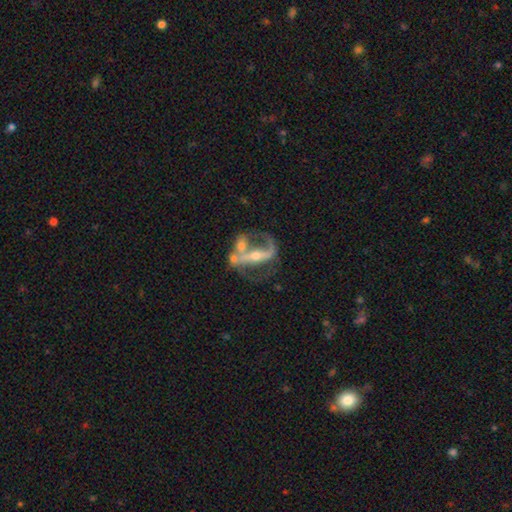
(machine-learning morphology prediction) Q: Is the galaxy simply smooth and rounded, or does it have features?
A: featured or disk — 82%.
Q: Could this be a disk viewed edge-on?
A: no — 82%.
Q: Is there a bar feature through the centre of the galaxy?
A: strong — 59%.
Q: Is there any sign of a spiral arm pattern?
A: yes — 66%.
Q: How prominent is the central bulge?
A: moderate — 49%.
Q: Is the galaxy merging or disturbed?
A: none — 33%.